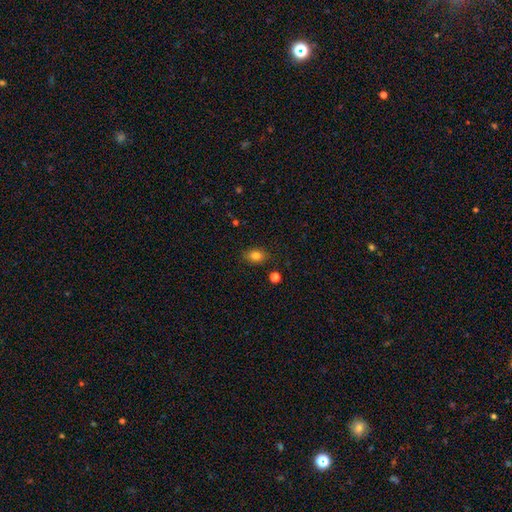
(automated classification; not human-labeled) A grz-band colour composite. It shows a smooth galaxy with no disk features (83%) that is in between round and cigar-shaped (66%). Merging: none (83%).